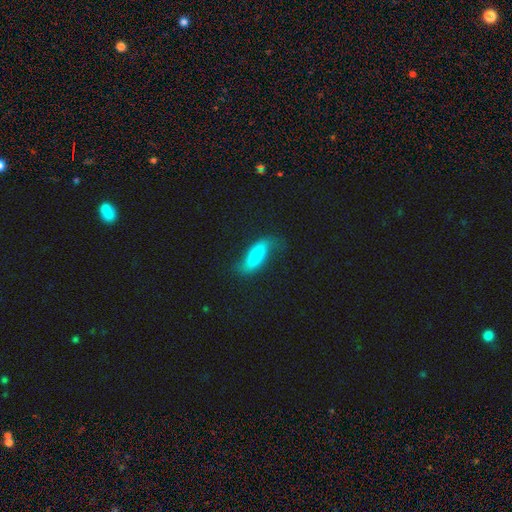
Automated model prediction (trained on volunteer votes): Smooth or featured: smooth — 69% (featured or disk — 25%)
How rounded: in between — 60% (cigar-shaped — 38%)
Merging: none — 56% (minor disturbance — 28%)